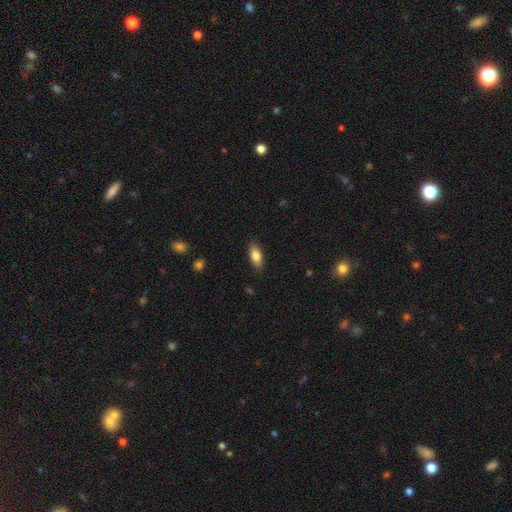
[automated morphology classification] Q: Smooth or featured?
A: smooth (81%); runner-up: featured or disk (12%)
Q: How rounded?
A: in between (82%); runner-up: cigar-shaped (15%)
Q: Merging?
A: none (87%); runner-up: minor disturbance (10%)